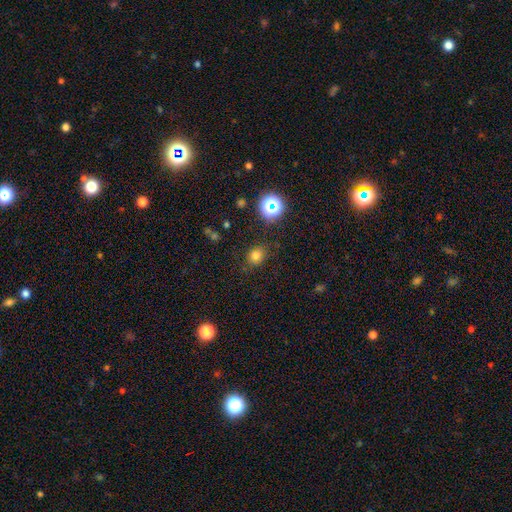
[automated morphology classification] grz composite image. It shows a smooth galaxy with no disk features (75%) that is round (69%). Merging: none (81%).